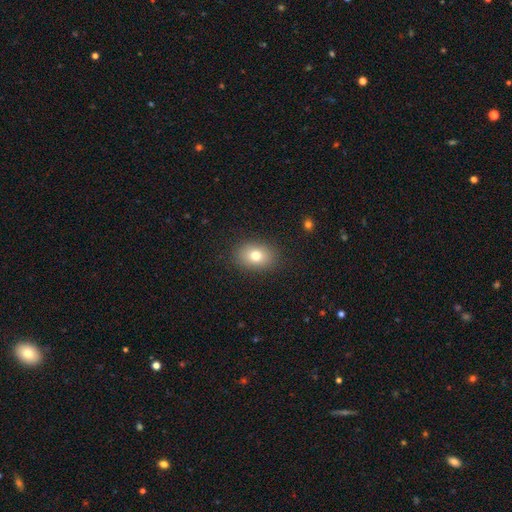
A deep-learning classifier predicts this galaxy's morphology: smooth 78%, featured or disk 11%, star or artifact 11%. Down the decision tree: how rounded — in between (71%); merging — none (87%).